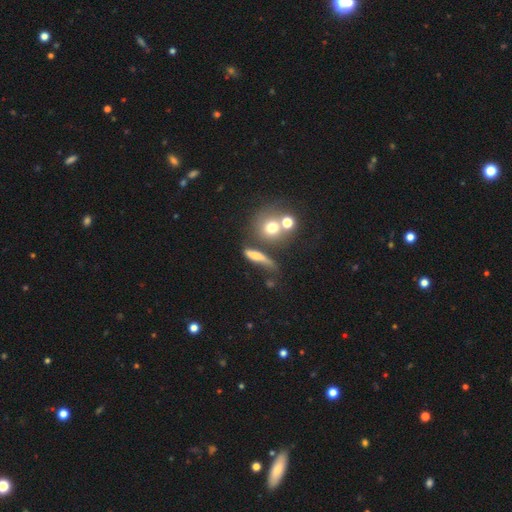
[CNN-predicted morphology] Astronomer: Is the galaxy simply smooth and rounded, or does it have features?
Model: smooth — 59%.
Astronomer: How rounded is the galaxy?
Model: cigar-shaped — 52% (runner-up: in between, 30%).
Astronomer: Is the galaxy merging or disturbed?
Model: none — 41% (runner-up: minor disturbance, 21%).